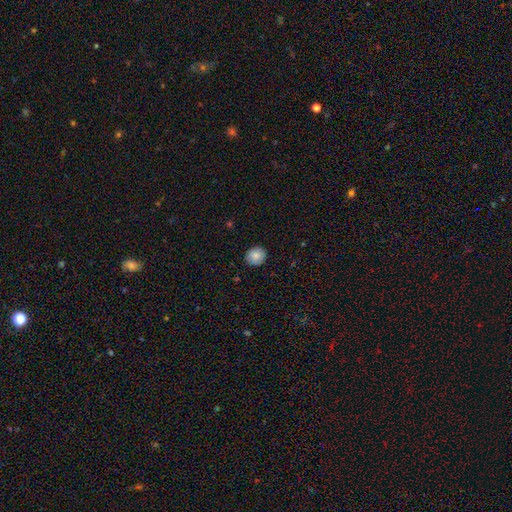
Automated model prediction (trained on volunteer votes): Q: Smooth or featured?
A: smooth (84%); runner-up: star or artifact (8%)
Q: How rounded?
A: round (81%); runner-up: in between (18%)
Q: Merging?
A: none (88%); runner-up: minor disturbance (9%)